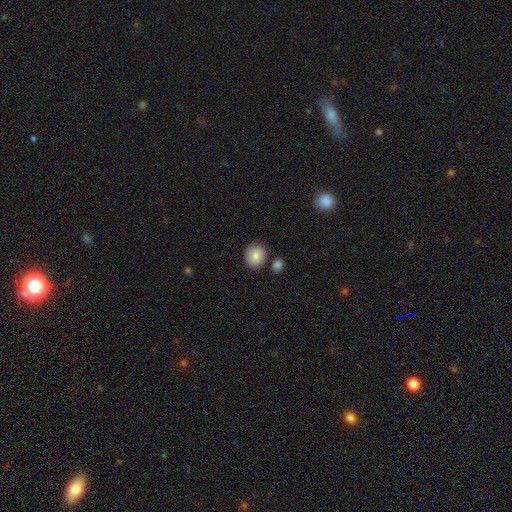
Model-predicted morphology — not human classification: smooth_or_featured: smooth (p=0.82) [alt: featured or disk p=0.10]
how_rounded: round (p=0.81) [alt: in between p=0.18]
merging: none (p=0.75) [alt: minor disturbance p=0.13]